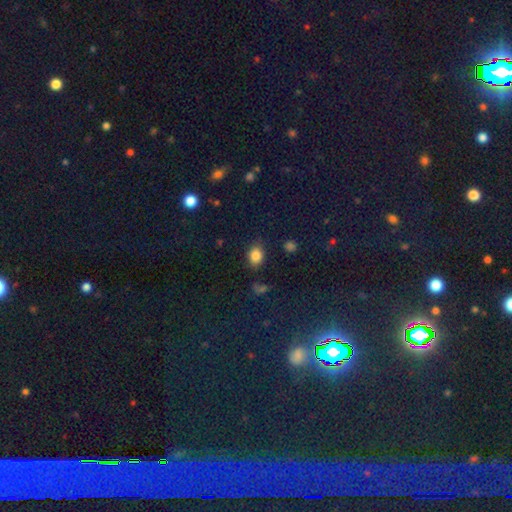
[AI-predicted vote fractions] Morphology: type=smooth (82%); roundness=in between (56%); merging=none (78%).